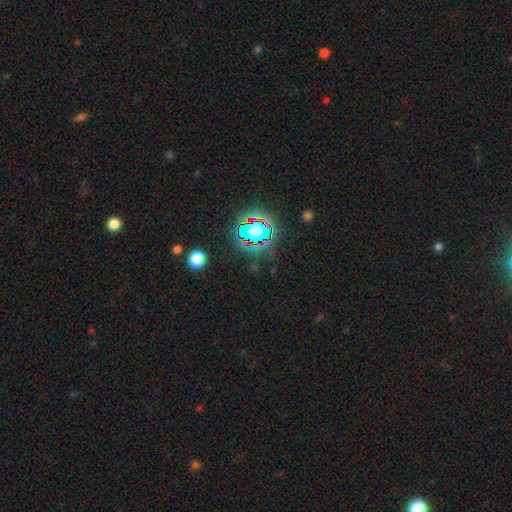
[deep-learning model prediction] Smooth or featured? star or artifact (79%)